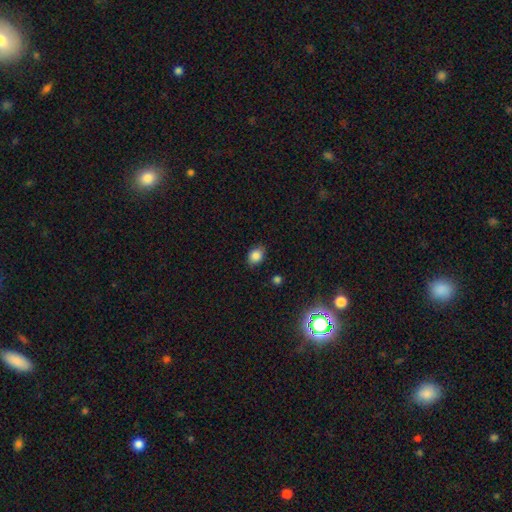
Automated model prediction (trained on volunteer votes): Smooth or featured? smooth (85%)
How rounded? in between (64%)
Merging? none (81%)